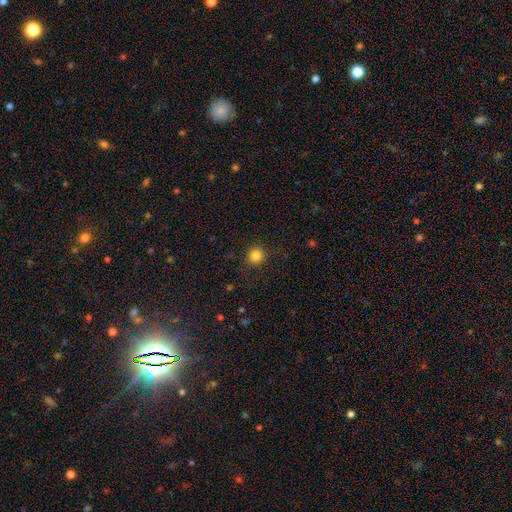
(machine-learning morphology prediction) Smooth or featured? smooth (84%)
How rounded? round (92%)
Merging? none (90%)